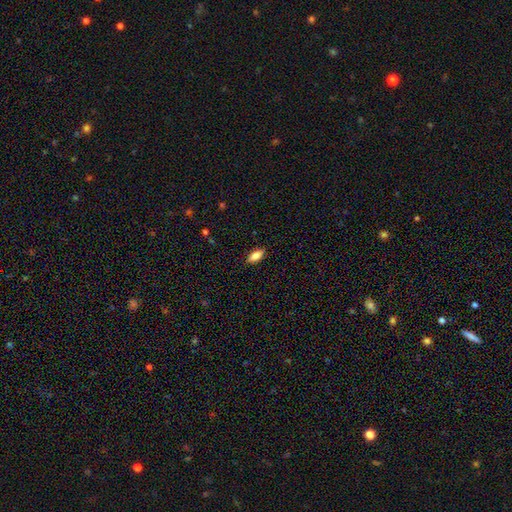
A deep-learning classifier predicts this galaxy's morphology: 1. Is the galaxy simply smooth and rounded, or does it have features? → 80% smooth, 12% featured or disk, 7% star or artifact.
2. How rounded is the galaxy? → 84% in between, 14% cigar-shaped, 3% round.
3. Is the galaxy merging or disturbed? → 87% none, 10% minor disturbance, 2% major disturbance, 1% merger.